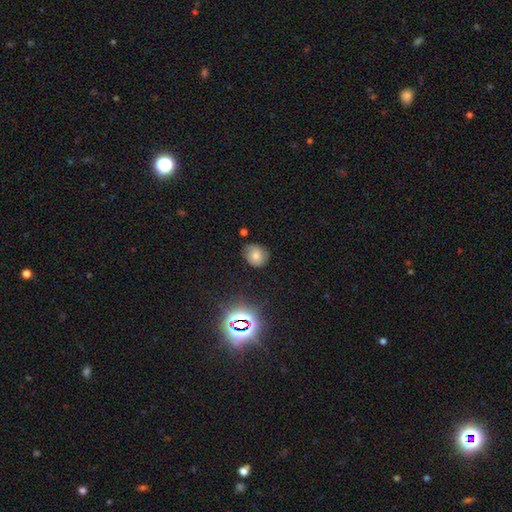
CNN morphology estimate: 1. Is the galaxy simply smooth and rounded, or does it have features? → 47% smooth, 32% star or artifact, 21% featured or disk.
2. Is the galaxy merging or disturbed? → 78% none, 16% minor disturbance, 4% major disturbance, 2% merger.